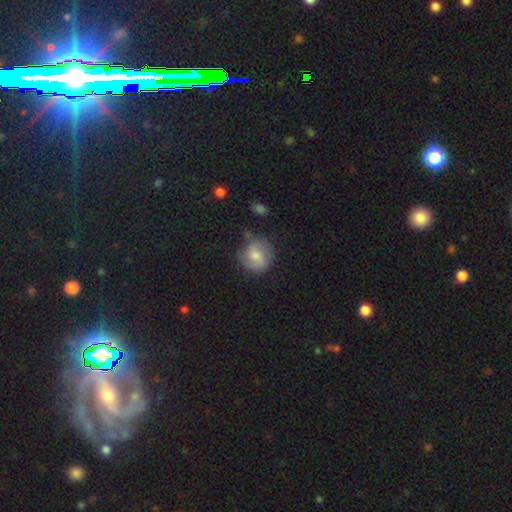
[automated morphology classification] Smooth or featured? smooth (51%)
How rounded? round (86%)
Merging? none (73%)